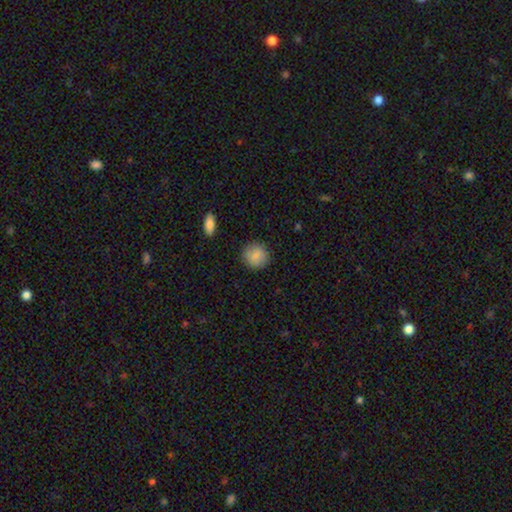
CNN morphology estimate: This appears to be a smooth galaxy with no disk features (86%) that is round (89%). Merging: none (87%).